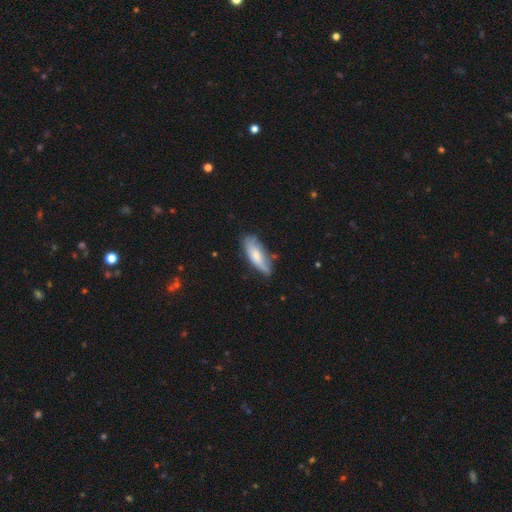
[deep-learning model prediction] A smooth galaxy with no disk features (66%) that is in between round and cigar-shaped (60%). Merging: none (60%).